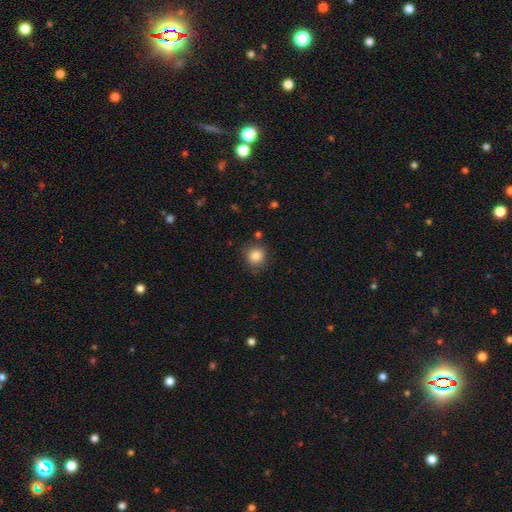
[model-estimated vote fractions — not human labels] Smooth or featured? Predicted: smooth (p=0.85). How rounded? Predicted: round (p=0.84). Merging? Predicted: none (p=0.79).